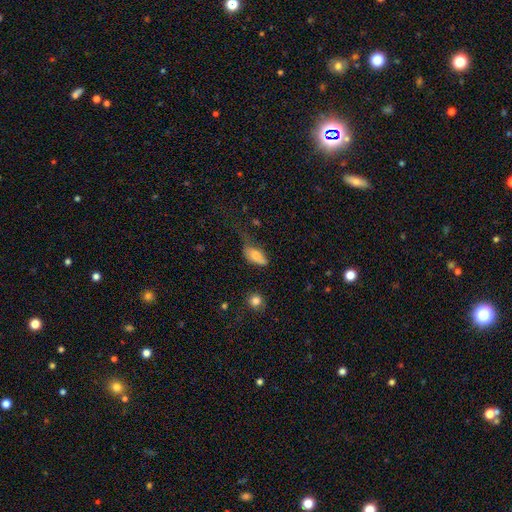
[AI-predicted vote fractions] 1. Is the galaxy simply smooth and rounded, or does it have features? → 77% smooth, 14% featured or disk, 8% star or artifact.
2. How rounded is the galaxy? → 88% in between, 8% cigar-shaped, 4% round.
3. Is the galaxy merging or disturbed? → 36% minor disturbance, 32% major disturbance, 28% none, 4% merger.